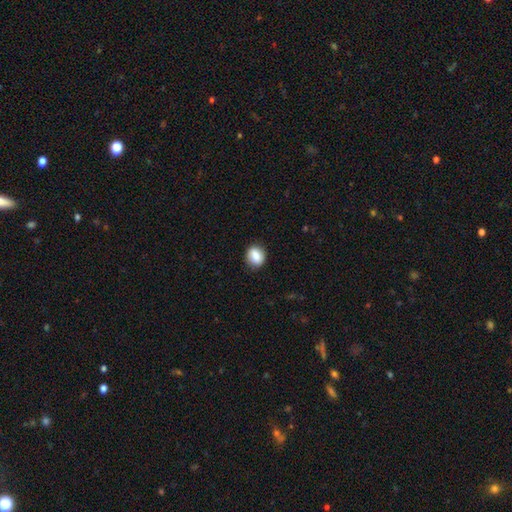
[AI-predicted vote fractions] smooth 81%, featured or disk 11%, star or artifact 8%. Down the decision tree: how rounded — round (61%); merging — none (84%).